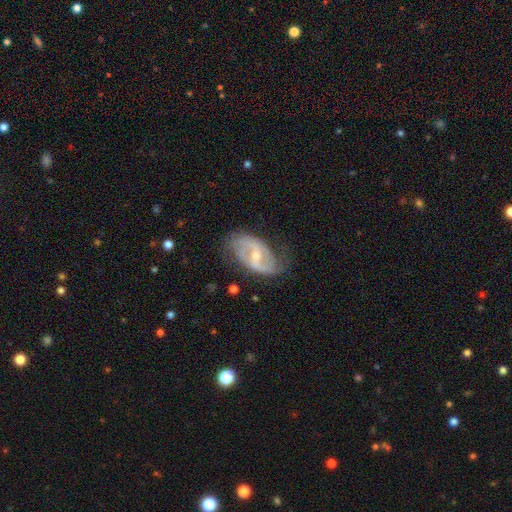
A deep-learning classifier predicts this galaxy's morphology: Smooth or featured? Predicted: featured or disk (p=0.84). Edge-on disk? Predicted: no (p=0.96). Bar? Predicted: weak (p=0.52). Spiral arms? Predicted: yes (p=0.93). Spiral winding? Predicted: medium (p=0.45). Spiral arm count? Predicted: 2 (p=0.87). Bulge size? Predicted: small (p=0.53). Merging? Predicted: none (p=0.67).